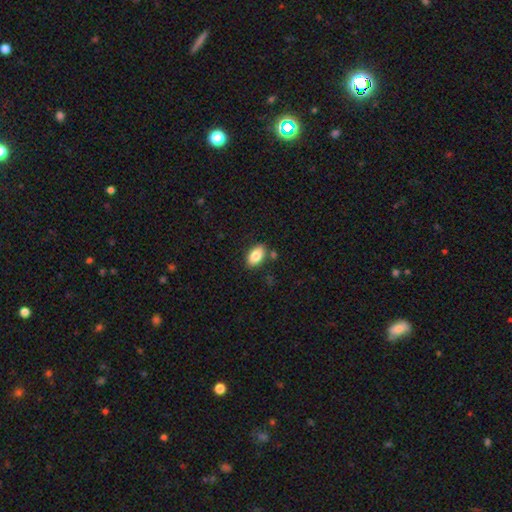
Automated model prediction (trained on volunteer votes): Smooth or featured? smooth (85%)
How rounded? in between (92%)
Merging? none (82%)